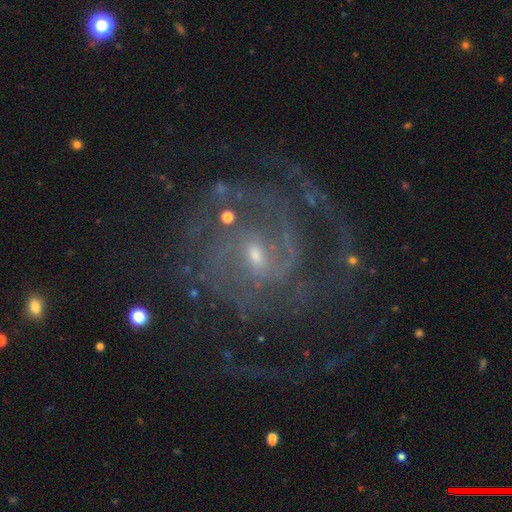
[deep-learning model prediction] Q: Smooth or featured?
A: featured or disk (88%); runner-up: star or artifact (7%)
Q: Edge-on disk?
A: no (98%); runner-up: yes (2%)
Q: Bar?
A: weak (54%); runner-up: no (30%)
Q: Spiral arms?
A: yes (96%); runner-up: no (4%)
Q: Spiral winding?
A: medium (46%); runner-up: tight (42%)
Q: Spiral arm count?
A: 2 (46%); runner-up: can't tell (18%)
Q: Bulge size?
A: small (67%); runner-up: moderate (27%)
Q: Merging?
A: none (64%); runner-up: major disturbance (17%)